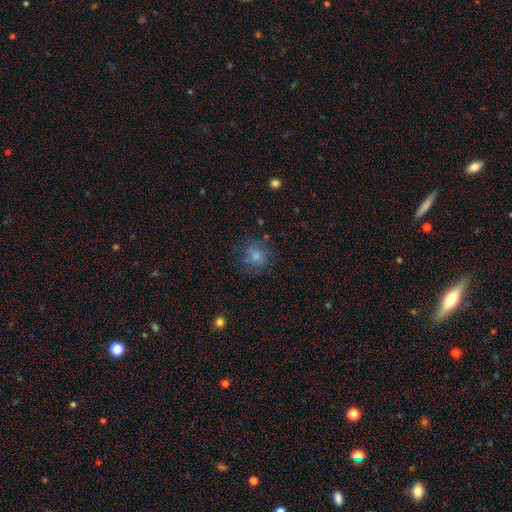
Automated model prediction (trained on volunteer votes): Smooth or featured? Predicted: smooth (p=0.70). How rounded? Predicted: round (p=0.83). Merging? Predicted: none (p=0.69).